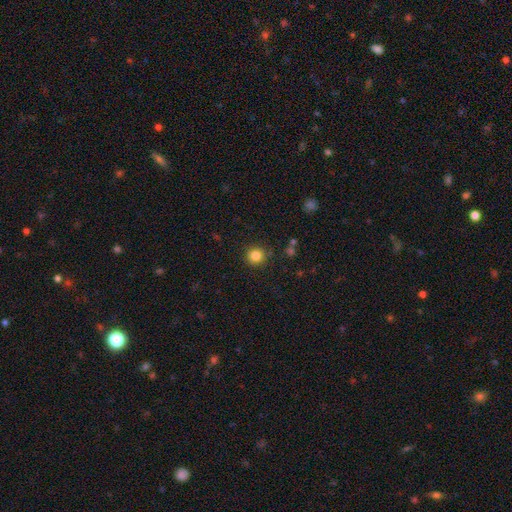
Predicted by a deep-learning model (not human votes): Overall: smooth (83%). How rounded: round (93%). Merging: none (90%).